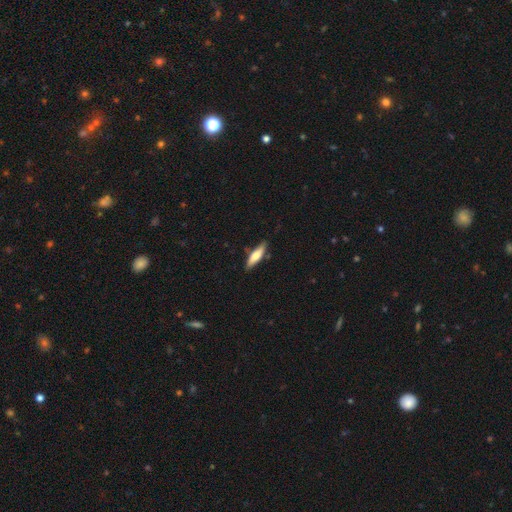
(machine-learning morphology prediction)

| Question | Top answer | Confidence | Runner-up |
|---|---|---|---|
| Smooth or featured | smooth | 62% | featured or disk (32%) |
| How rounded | cigar-shaped | 66% | in between (33%) |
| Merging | none | 80% | minor disturbance (15%) |